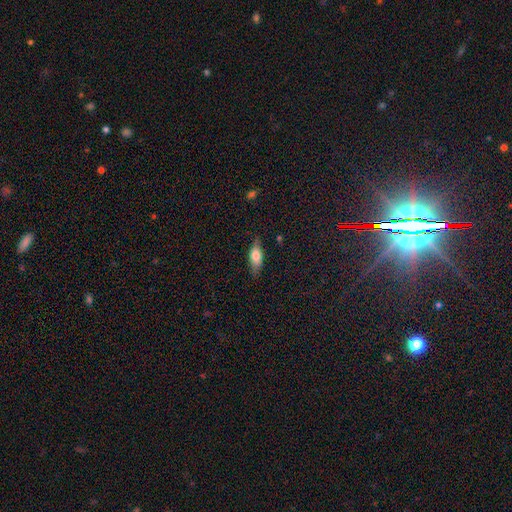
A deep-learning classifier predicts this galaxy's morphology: This appears to be a smooth galaxy with no disk features (66%) that is in between round and cigar-shaped (70%). Merging: none (79%).